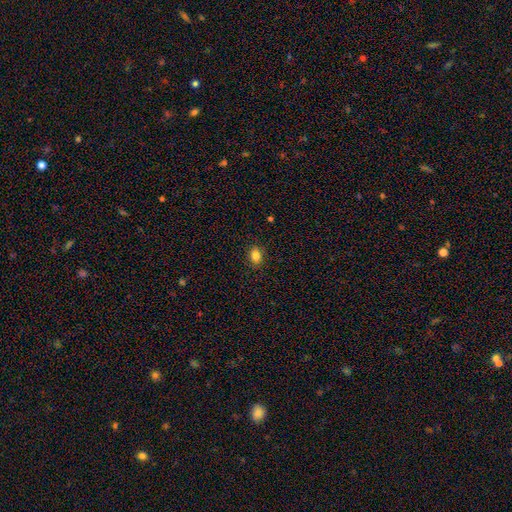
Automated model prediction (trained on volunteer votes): A smooth galaxy with no disk features (84%) that is in between round and cigar-shaped (65%). Merging: none (88%).